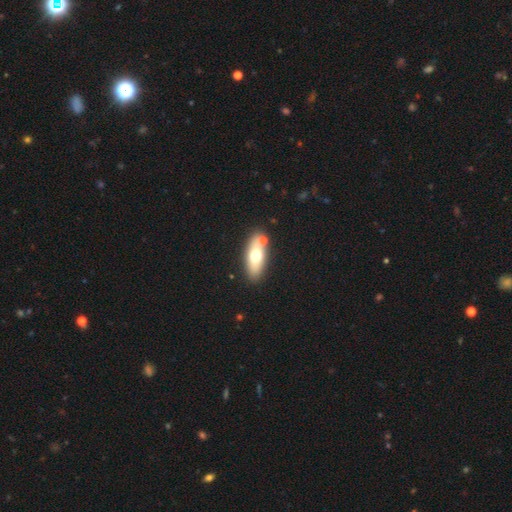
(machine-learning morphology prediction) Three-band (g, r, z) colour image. It shows a smooth galaxy with no disk features (62%) that is in between round and cigar-shaped (76%). Merging: none (75%).